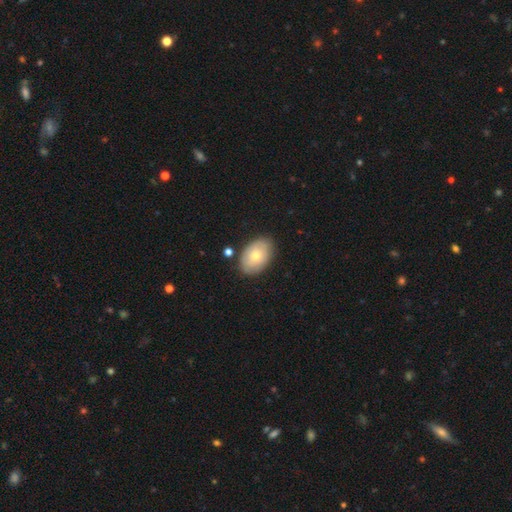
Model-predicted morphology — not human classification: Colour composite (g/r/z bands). It shows a smooth galaxy with no disk features (68%) that is in between round and cigar-shaped (87%). Merging: none (82%).